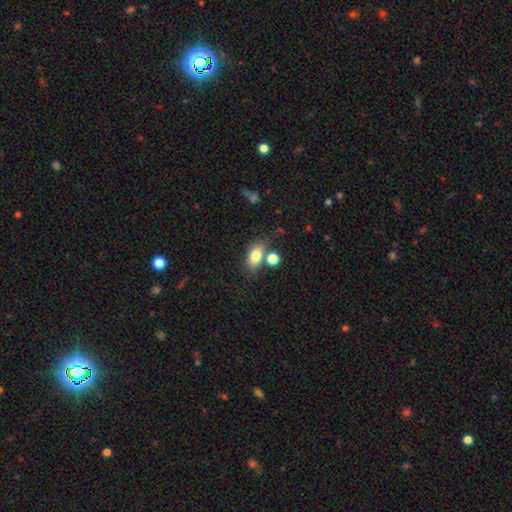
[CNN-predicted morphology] Smooth or featured: smooth — 79% (featured or disk — 12%)
How rounded: in between — 83% (round — 12%)
Merging: none — 57% (merger — 23%)